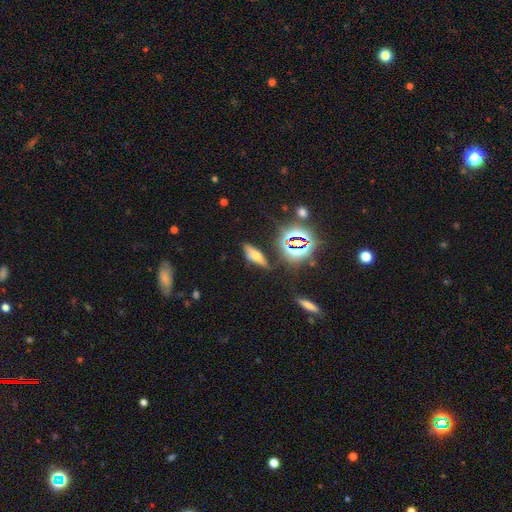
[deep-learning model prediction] This appears to be a smooth galaxy with no disk features (48%). Merging: none (74%).